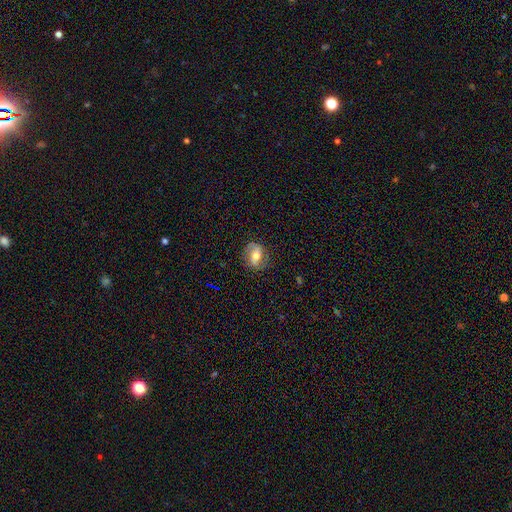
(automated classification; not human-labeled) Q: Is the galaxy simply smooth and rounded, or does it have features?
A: featured or disk — 54%.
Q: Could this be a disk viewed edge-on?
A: no — 94%.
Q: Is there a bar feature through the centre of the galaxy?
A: weak — 36%.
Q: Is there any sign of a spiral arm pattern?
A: yes — 78%.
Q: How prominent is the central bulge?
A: moderate — 67%.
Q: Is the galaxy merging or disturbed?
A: none — 77%.